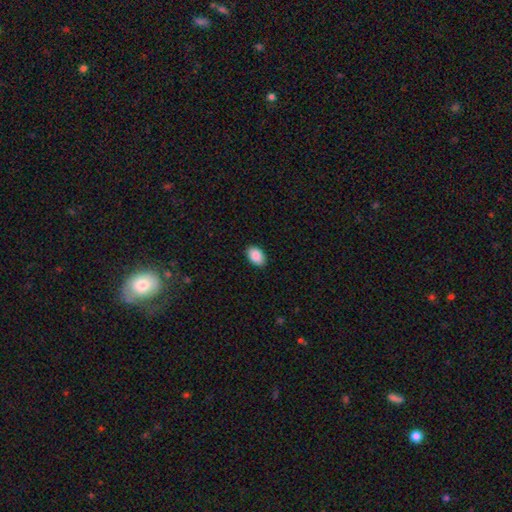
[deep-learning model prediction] Morphology: type=smooth (90%); roundness=in between (90%); merging=none (89%).